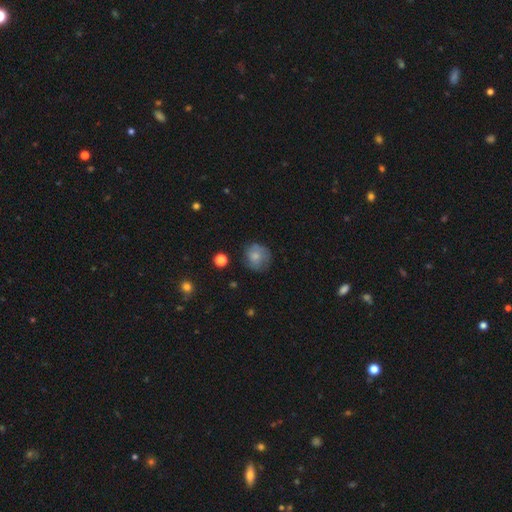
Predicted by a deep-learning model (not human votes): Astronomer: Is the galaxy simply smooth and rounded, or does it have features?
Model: smooth — 69%.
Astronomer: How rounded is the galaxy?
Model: round — 86%.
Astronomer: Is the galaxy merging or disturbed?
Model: none — 69%.